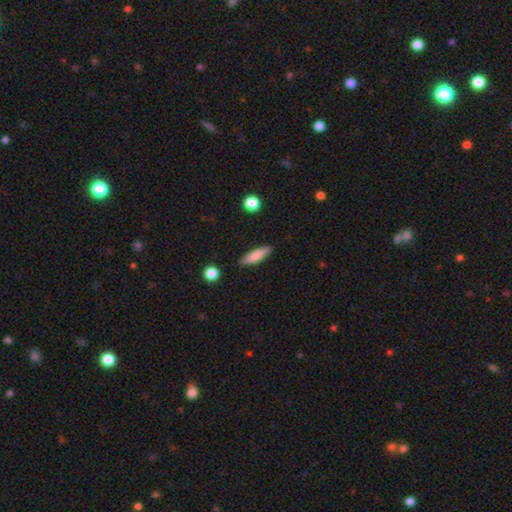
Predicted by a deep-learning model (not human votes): Overall: smooth (82%). How rounded: cigar-shaped (62%; in between 36%). Merging: none (84%).